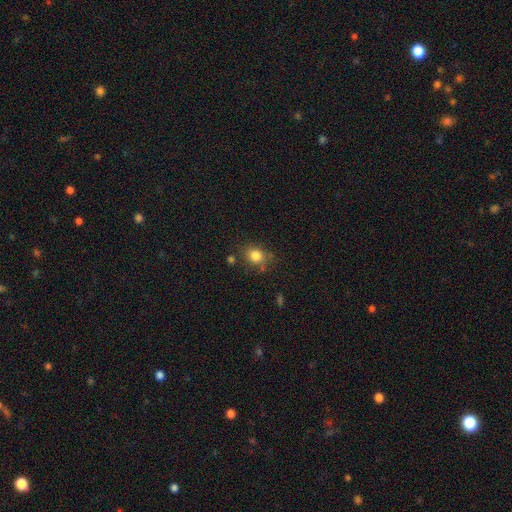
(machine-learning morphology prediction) type=smooth (82%); roundness=round (59%); merging=none (74%).